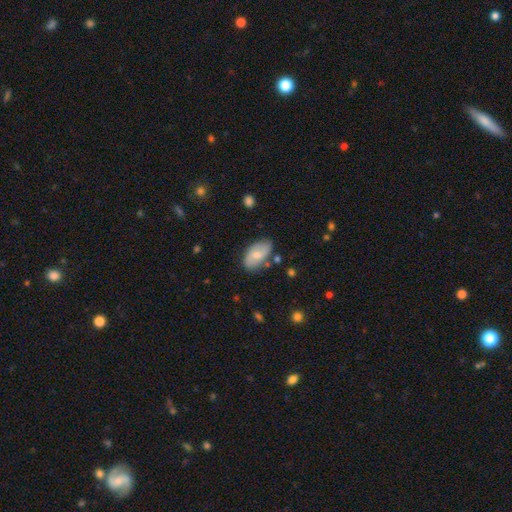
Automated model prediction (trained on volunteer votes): This is possibly a smooth galaxy (60%). How rounded: clearly in between (93%). Merging: likely none (71%).